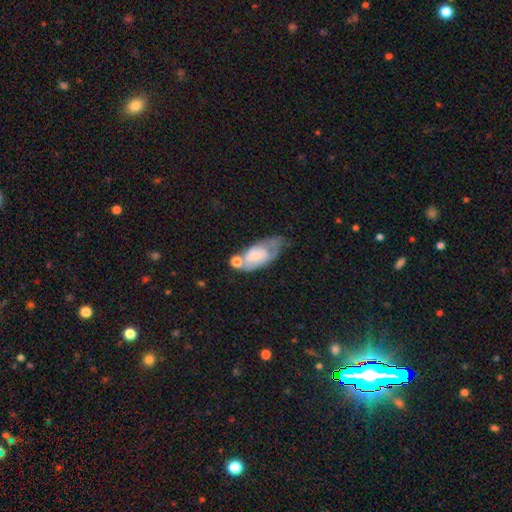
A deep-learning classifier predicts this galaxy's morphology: type=featured or disk (50%); edge-on=no (91%); merging=none (29%).